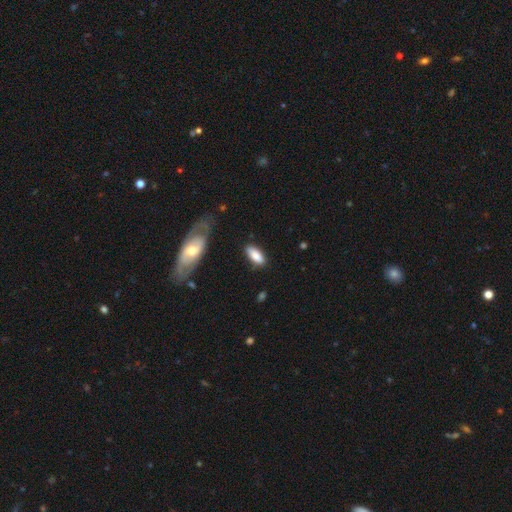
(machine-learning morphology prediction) smooth-or-featured: smooth: 83% | featured or disk: 11% | star or artifact: 6%
  how-rounded: in between: 82% | cigar-shaped: 15% | round: 2%
  merging: none: 78% | minor disturbance: 16% | major disturbance: 4% | merger: 3%